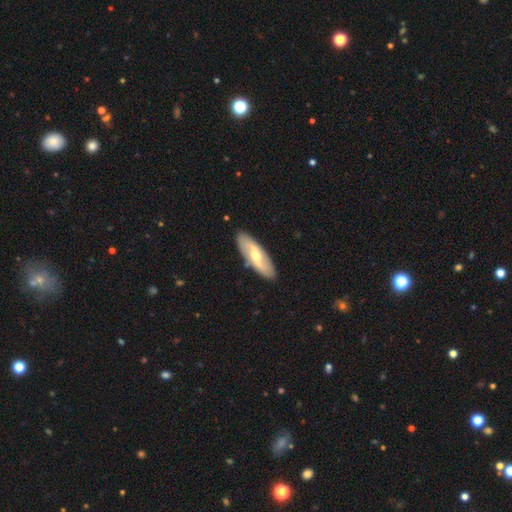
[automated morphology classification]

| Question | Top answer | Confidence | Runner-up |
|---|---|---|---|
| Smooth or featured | featured or disk | 60% | smooth (36%) |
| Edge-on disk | no | 78% | yes (22%) |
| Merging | none | 87% | minor disturbance (9%) |